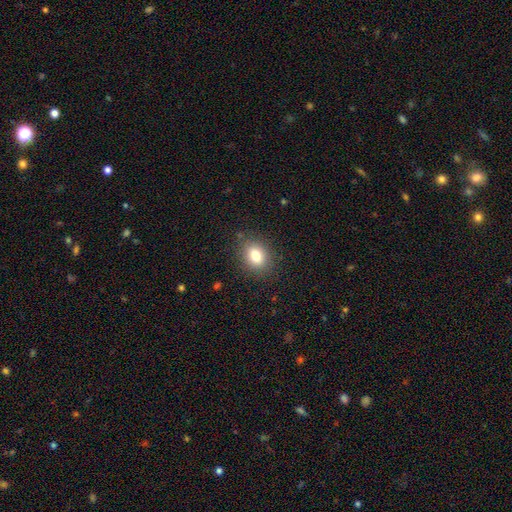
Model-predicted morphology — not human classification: Smooth or featured: smooth — 80% (star or artifact — 11%)
How rounded: in between — 57% (round — 42%)
Merging: none — 86% (minor disturbance — 9%)